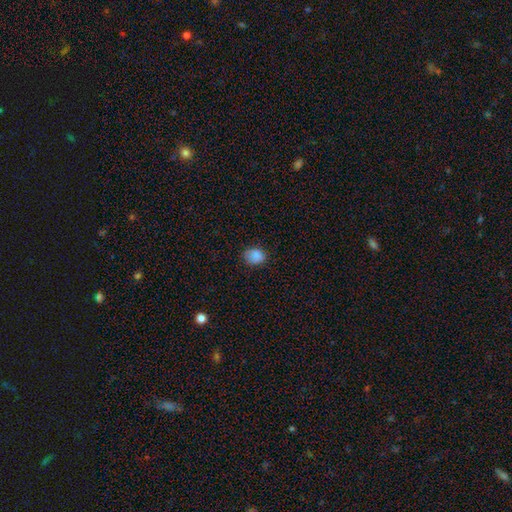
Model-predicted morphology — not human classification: This appears to be a smooth galaxy with no disk features (86%) that is round (58%). Merging: none (78%).